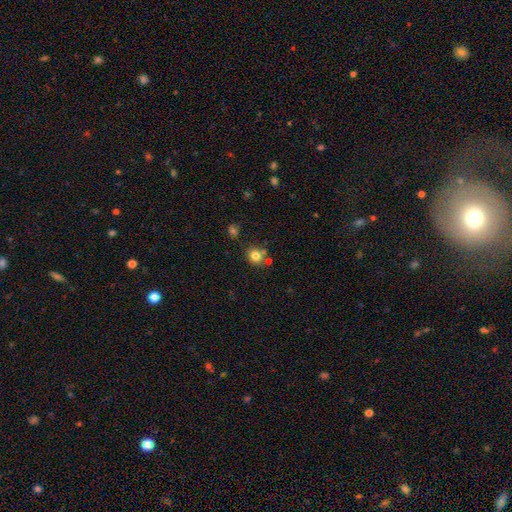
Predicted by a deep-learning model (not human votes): A smooth galaxy with no disk features (80%) that is round (79%). Merging: none (69%).